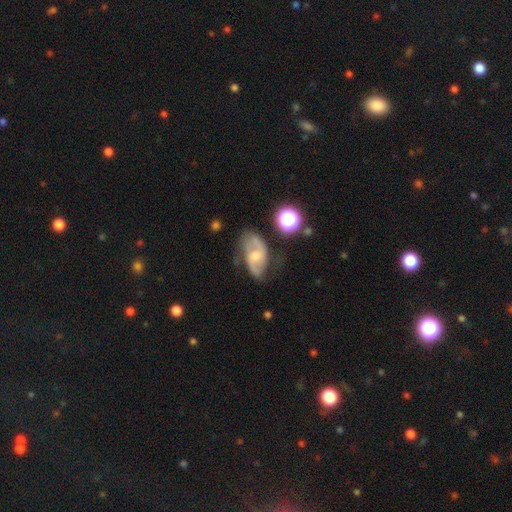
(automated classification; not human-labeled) A featured or disk galaxy (73%) with no bar (51%), 2 (83%) medium (47%) spiral arms (90%) and a moderate central bulge (53%). Merging: none (60%).